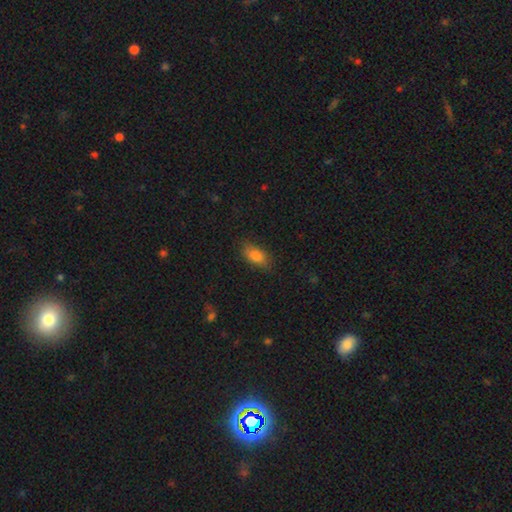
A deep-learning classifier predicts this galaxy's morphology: type=smooth (83%); roundness=in between (87%); merging=none (79%).